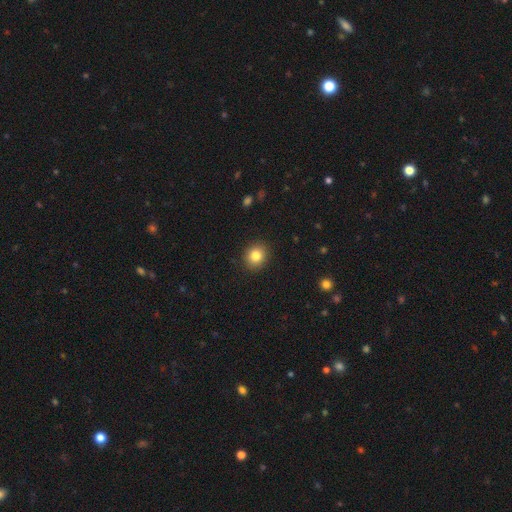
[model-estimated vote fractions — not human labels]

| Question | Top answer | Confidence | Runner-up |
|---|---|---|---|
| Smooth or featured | smooth | 83% | star or artifact (10%) |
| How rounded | round | 78% | in between (21%) |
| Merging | none | 91% | minor disturbance (6%) |